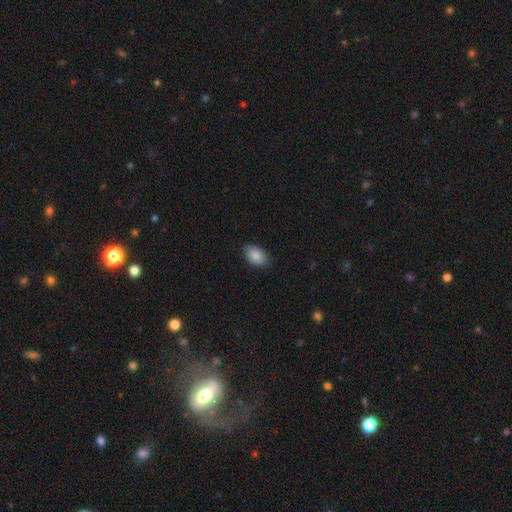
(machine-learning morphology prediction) Overall: smooth (88%). How rounded: in between (84%). Merging: none (84%).